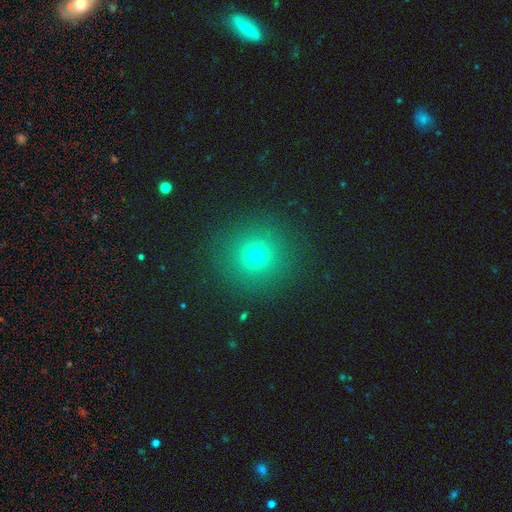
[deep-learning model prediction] smooth_or_featured: smooth (p=0.70) [alt: star or artifact p=0.21]
how_rounded: round (p=0.93) [alt: in between p=0.06]
merging: none (p=0.89) [alt: minor disturbance p=0.06]